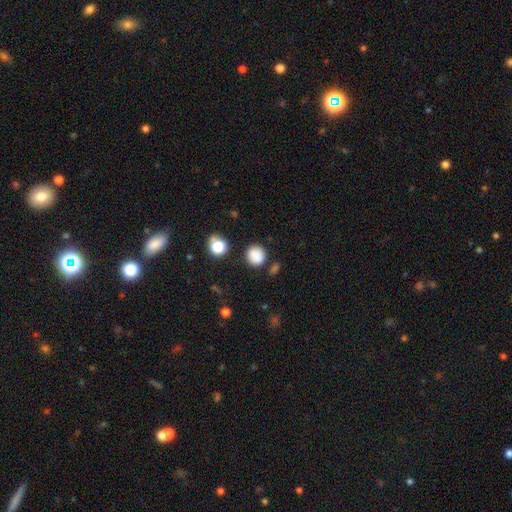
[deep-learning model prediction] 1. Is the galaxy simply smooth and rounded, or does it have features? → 83% smooth, 12% star or artifact, 5% featured or disk.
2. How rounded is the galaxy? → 89% round, 10% in between, 1% cigar-shaped.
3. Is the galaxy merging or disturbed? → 78% none, 13% minor disturbance, 5% merger, 4% major disturbance.